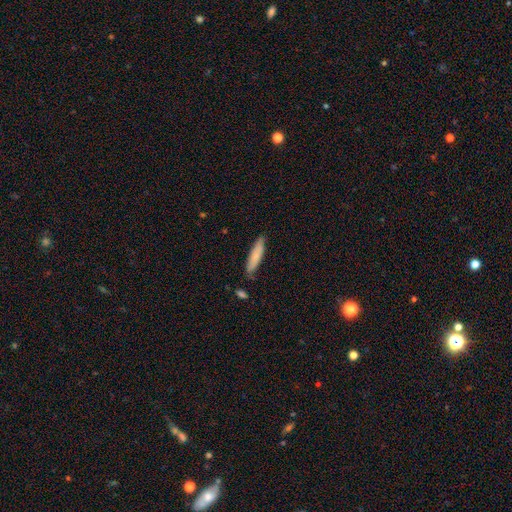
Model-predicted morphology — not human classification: Overall: smooth (80%). How rounded: cigar-shaped (80%). Merging: none (79%).